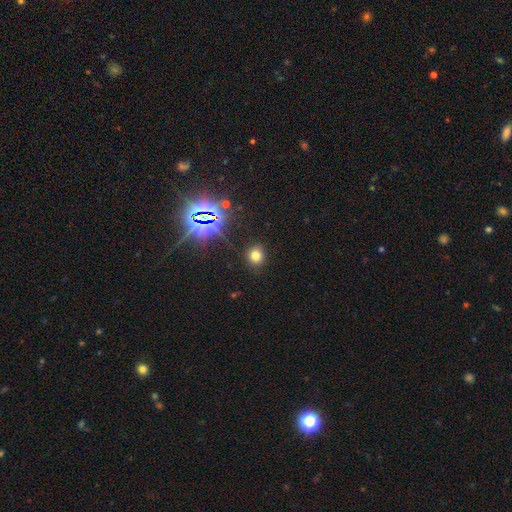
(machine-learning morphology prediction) smooth 70%, star or artifact 23%, featured or disk 7%. Down the decision tree: how rounded — round (76%); merging — none (88%).